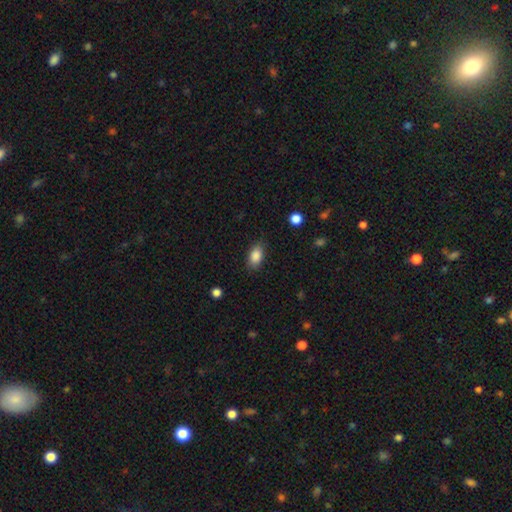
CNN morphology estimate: Smooth or featured?
  - smooth: 87% *
  - star or artifact: 8%
  - featured or disk: 5%
How rounded?
  - in between: 90% *
  - round: 8%
  - cigar-shaped: 2%
Merging?
  - none: 83% *
  - minor disturbance: 12%
  - major disturbance: 3%
  - merger: 1%